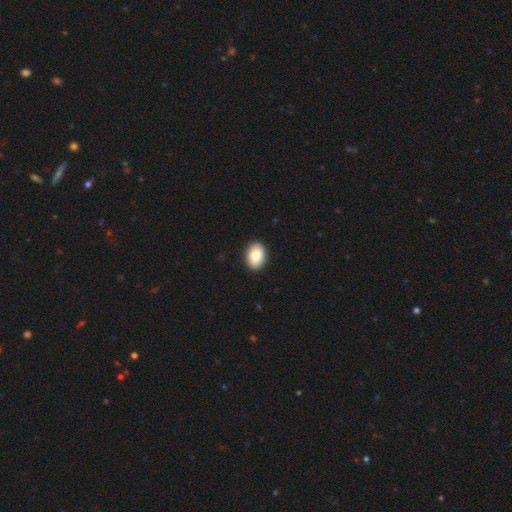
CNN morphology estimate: A smooth galaxy with no disk features (85%) that is in between round and cigar-shaped (80%). Merging: none (91%).